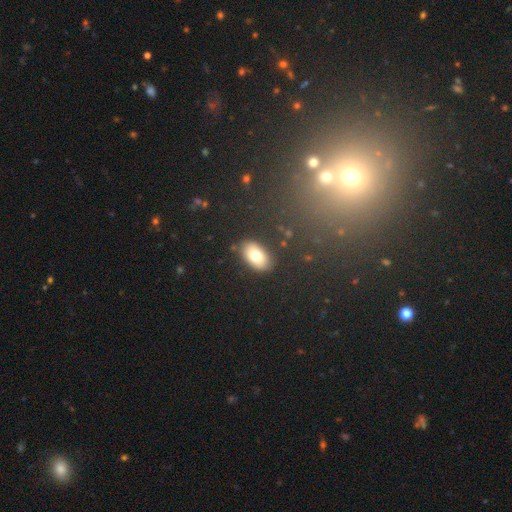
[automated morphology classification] Smooth or featured?
  - smooth: 78% *
  - featured or disk: 14%
  - star or artifact: 8%
How rounded?
  - in between: 91% *
  - round: 8%
  - cigar-shaped: 2%
Merging?
  - none: 85% *
  - minor disturbance: 10%
  - major disturbance: 3%
  - merger: 2%